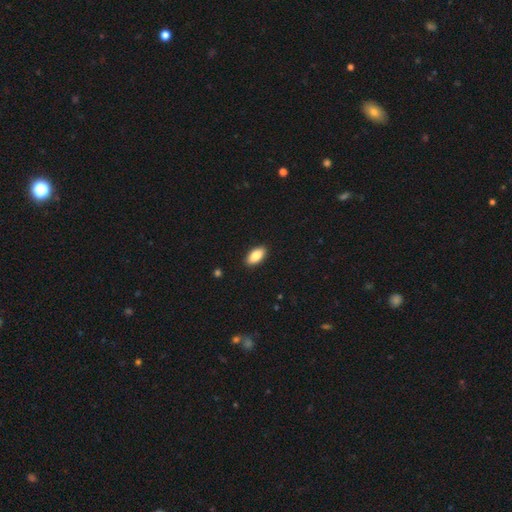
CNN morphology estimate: The model was most divided on "smooth or featured": smooth: 85%, featured or disk: 8%, star or artifact: 7%. More confident: how rounded — in between (92%); merging — none (91%).